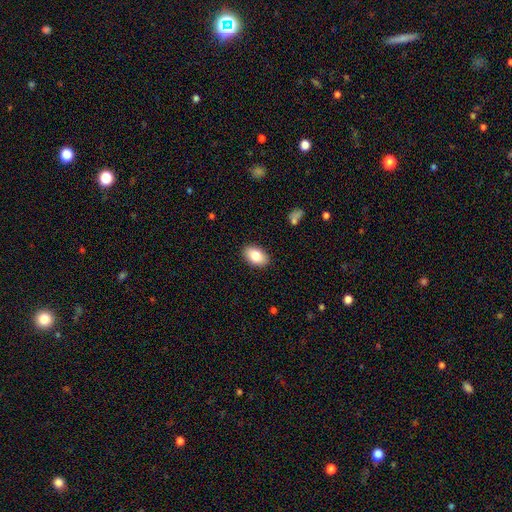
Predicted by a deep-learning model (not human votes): Smooth or featured?
  - smooth: 82% *
  - featured or disk: 11%
  - star or artifact: 7%
How rounded?
  - in between: 91% *
  - round: 8%
  - cigar-shaped: 1%
Merging?
  - none: 88% *
  - minor disturbance: 9%
  - major disturbance: 2%
  - merger: 1%